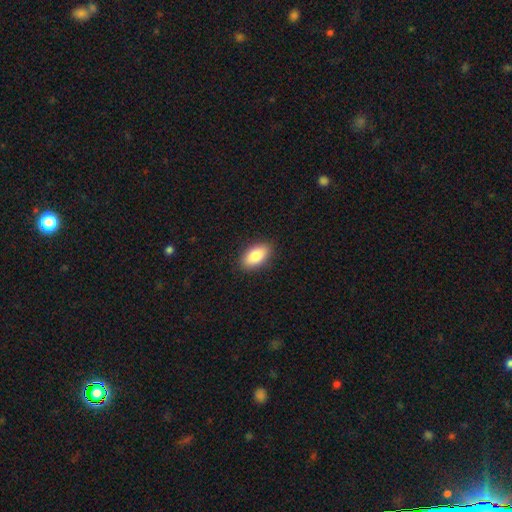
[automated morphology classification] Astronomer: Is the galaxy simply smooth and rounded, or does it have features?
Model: smooth — 83%.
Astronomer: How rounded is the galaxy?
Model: in between — 91%.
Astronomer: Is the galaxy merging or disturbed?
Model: none — 89%.